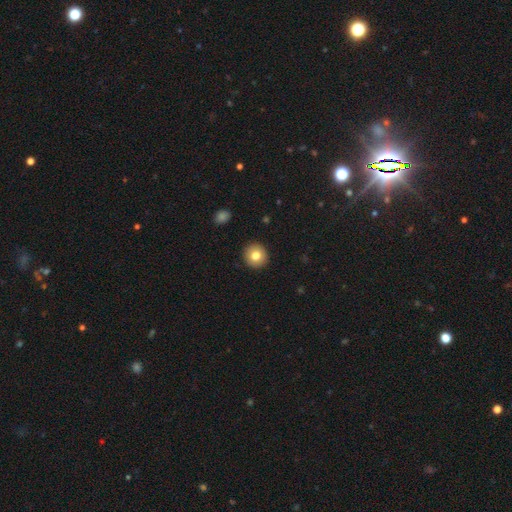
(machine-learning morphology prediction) This appears to be a smooth galaxy with no disk features (80%) that is round (94%). Merging: none (93%).